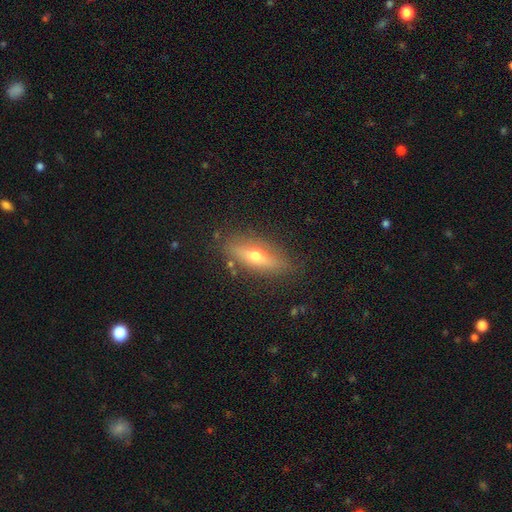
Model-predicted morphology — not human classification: smooth-or-featured: featured or disk: 51% | smooth: 41% | star or artifact: 8%
  disk-edge-on: yes: 80% | no: 20%
  merging: none: 84% | minor disturbance: 11% | major disturbance: 3% | merger: 2%